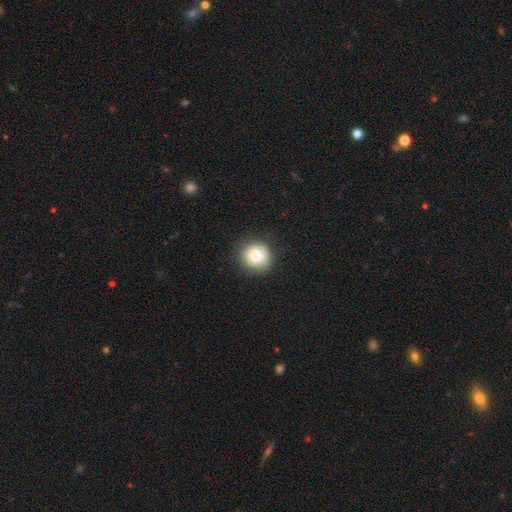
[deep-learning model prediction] Smooth or featured? smooth (81%)
How rounded? round (91%)
Merging? none (87%)